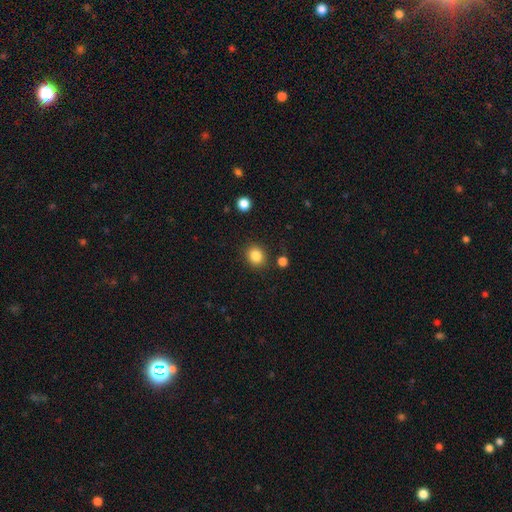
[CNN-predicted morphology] Smooth or featured? Predicted: smooth (p=0.85). How rounded? Predicted: round (p=0.72). Merging? Predicted: none (p=0.85).